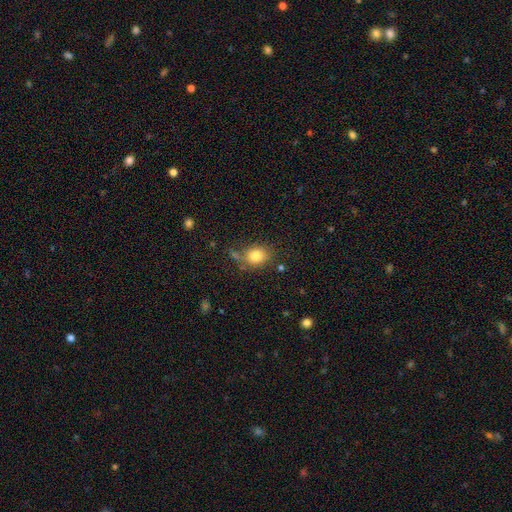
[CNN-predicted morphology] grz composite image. It shows a smooth galaxy with no disk features (82%) that is in between round and cigar-shaped (52%). Merging: none (67%).